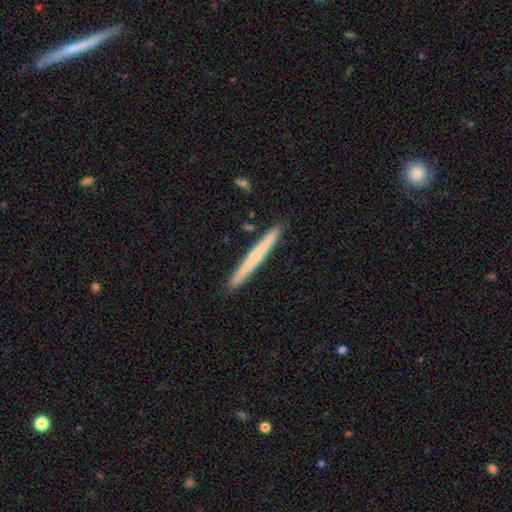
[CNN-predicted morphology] Smooth or featured: smooth — 55% (featured or disk — 40%)
How rounded: cigar-shaped — 97% (in between — 2%)
Merging: none — 92% (minor disturbance — 6%)